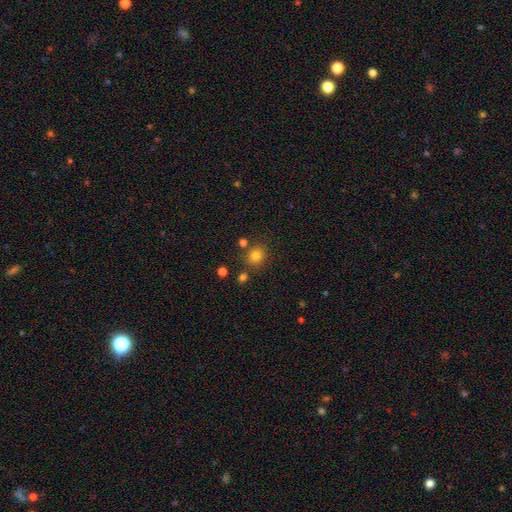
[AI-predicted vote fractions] smooth-or-featured: smooth: 80% | star or artifact: 14% | featured or disk: 6%
  how-rounded: round: 81% | in between: 18% | cigar-shaped: 1%
  merging: none: 79% | minor disturbance: 10% | merger: 8% | major disturbance: 3%